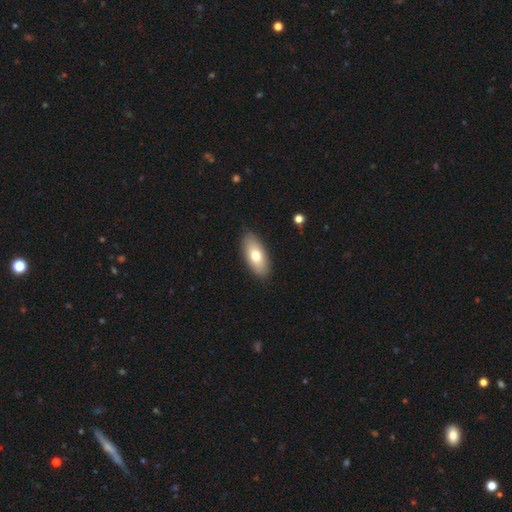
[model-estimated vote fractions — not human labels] This appears to be a smooth galaxy with no disk features (72%) that is in between round and cigar-shaped (87%). Merging: none (88%).